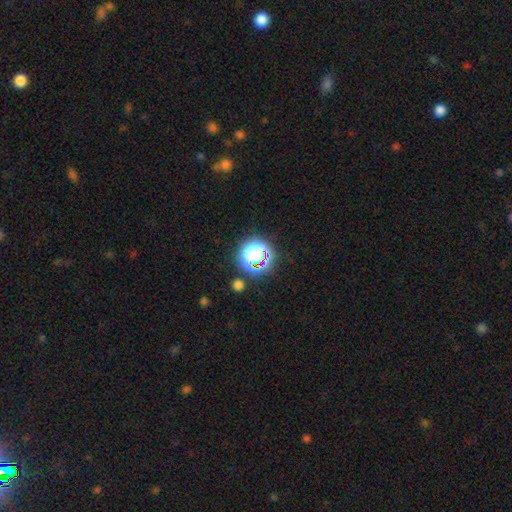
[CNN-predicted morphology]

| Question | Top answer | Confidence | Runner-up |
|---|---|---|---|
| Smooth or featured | star or artifact | 46% | smooth (41%) |